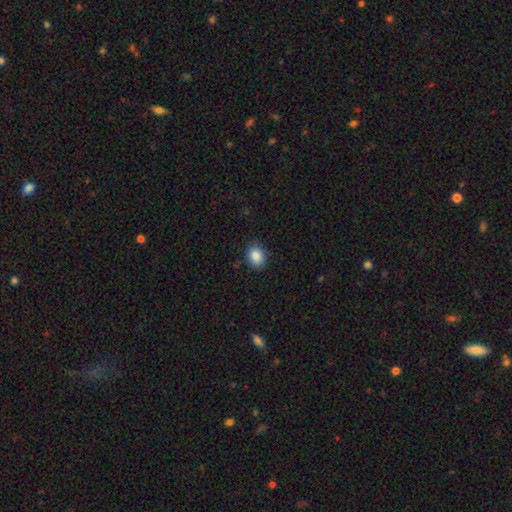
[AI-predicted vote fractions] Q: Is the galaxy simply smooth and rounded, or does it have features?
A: smooth — 87%.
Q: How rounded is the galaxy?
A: round — 51%.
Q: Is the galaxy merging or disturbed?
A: none — 85%.